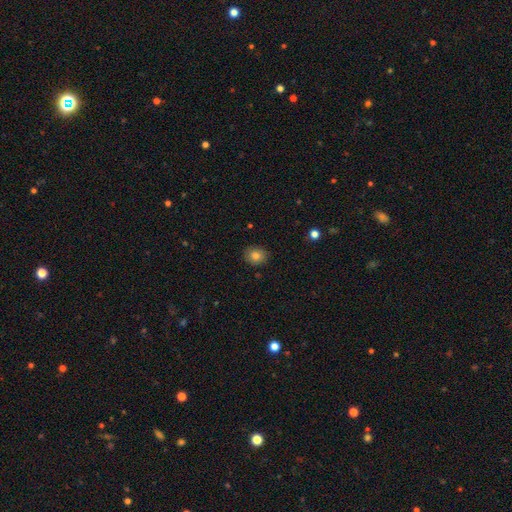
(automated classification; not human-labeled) Morphology: type=smooth (83%); roundness=round (63%); merging=none (85%).